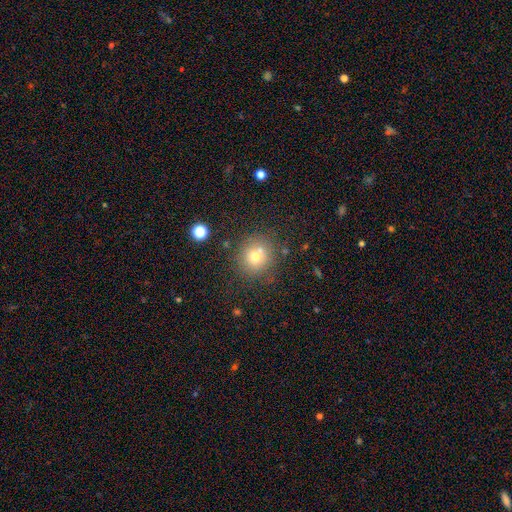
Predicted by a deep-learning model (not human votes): Q: Smooth or featured?
A: smooth (71%); runner-up: star or artifact (16%)
Q: How rounded?
A: round (89%); runner-up: in between (10%)
Q: Merging?
A: none (72%); runner-up: merger (14%)